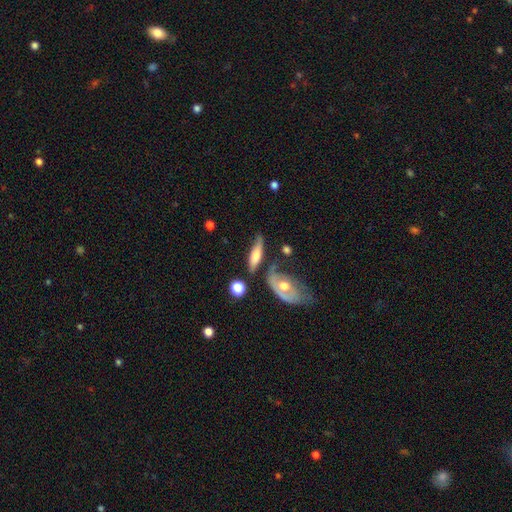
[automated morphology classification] Smooth or featured? Predicted: smooth (p=0.53). How rounded? Predicted: in between (p=0.52). Merging? Predicted: none (p=0.48).